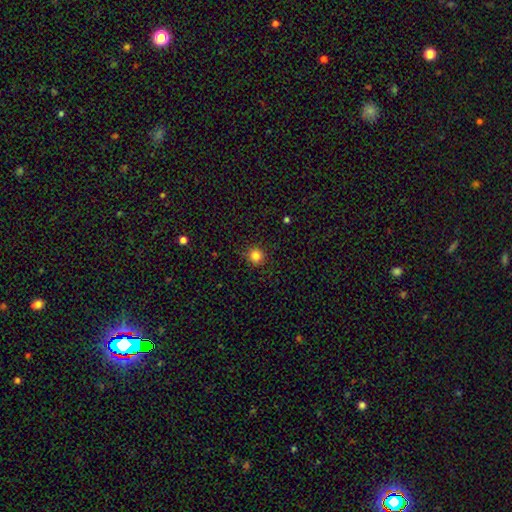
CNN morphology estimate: Overall: smooth (84%). How rounded: round (93%). Merging: none (89%).